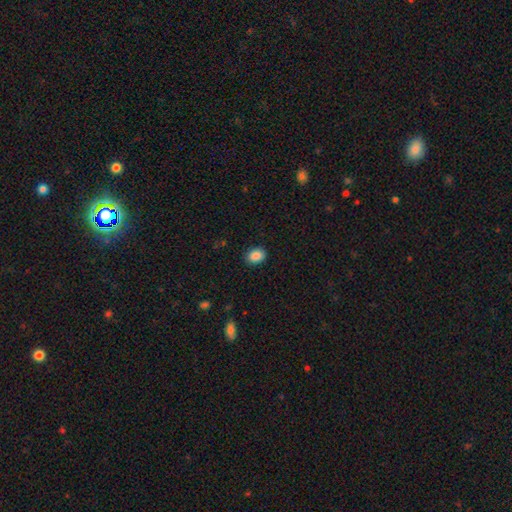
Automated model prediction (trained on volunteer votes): Smooth or featured? smooth (88%)
How rounded? in between (66%)
Merging? none (89%)